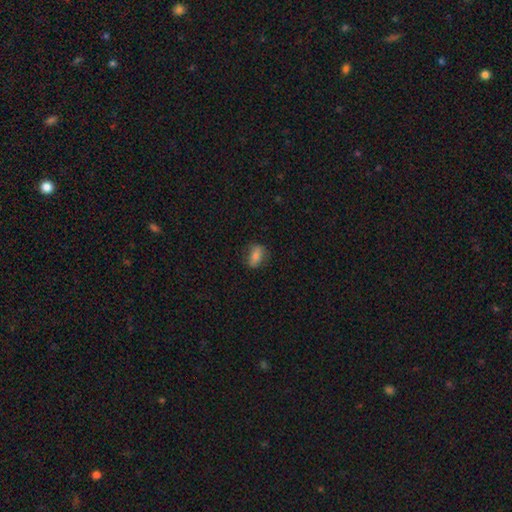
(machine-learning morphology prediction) Smooth or featured? Predicted: smooth (p=0.72). How rounded? Predicted: in between (p=0.78). Merging? Predicted: none (p=0.76).